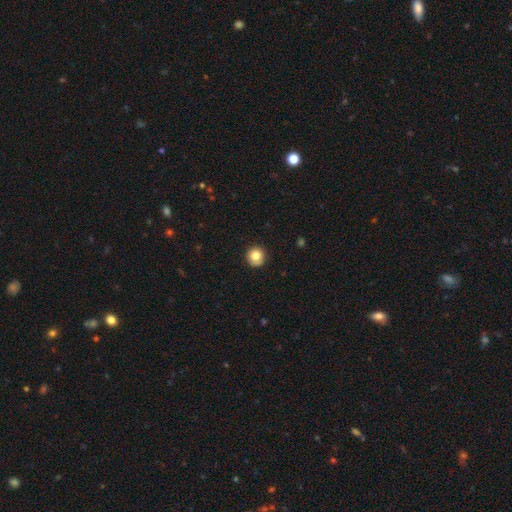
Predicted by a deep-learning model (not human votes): Overall: smooth (82%). How rounded: round (93%). Merging: none (88%).